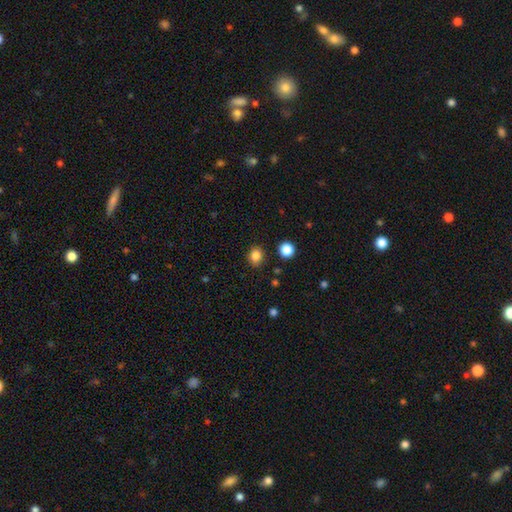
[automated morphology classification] Smooth or featured?
  - smooth: 84% *
  - star or artifact: 11%
  - featured or disk: 4%
How rounded?
  - round: 69% *
  - in between: 30%
  - cigar-shaped: 1%
Merging?
  - none: 87% *
  - minor disturbance: 8%
  - merger: 2%
  - major disturbance: 2%